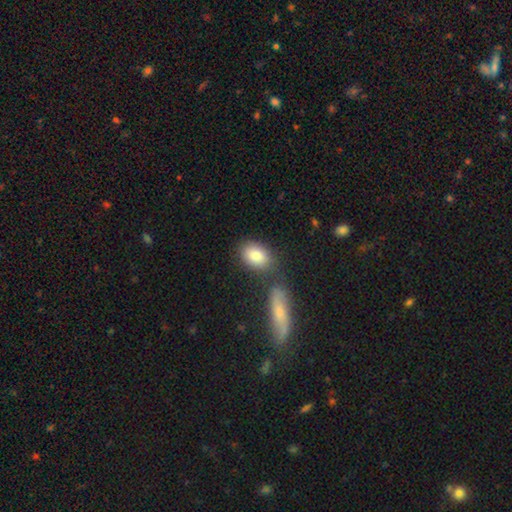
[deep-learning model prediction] A smooth galaxy with no disk features (85%) that is in between round and cigar-shaped (84%).

Vote fractions:
- Smooth or featured? smooth: 85% / featured or disk: 9% / star or artifact: 7%
- How rounded? in between: 84% / round: 14% / cigar-shaped: 2%
- Merging? none: 62% / merger: 20% / minor disturbance: 13% / major disturbance: 4%